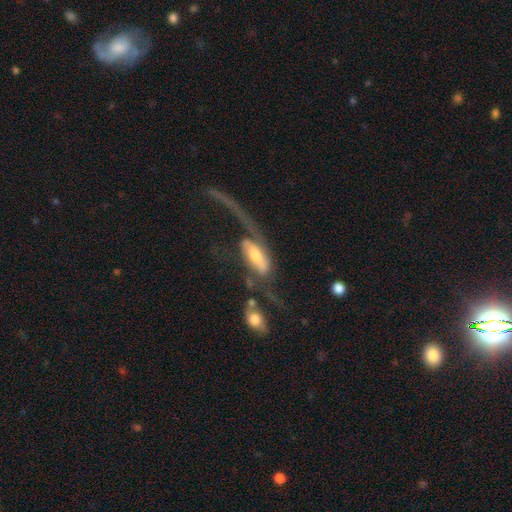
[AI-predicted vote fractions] Smooth or featured?
  - featured or disk: 69% *
  - smooth: 24%
  - star or artifact: 7%
Edge-on disk?
  - no: 82% *
  - yes: 18%
Bar?
  - no: 38% *
  - weak: 34%
  - strong: 29%
Spiral arms?
  - yes: 77% *
  - no: 23%
Bulge size?
  - moderate: 51% *
  - small: 29%
  - large: 13%
  - none: 4%
  - dominant: 3%
Merging?
  - major disturbance: 46% *
  - merger: 21%
  - none: 21%
  - minor disturbance: 11%